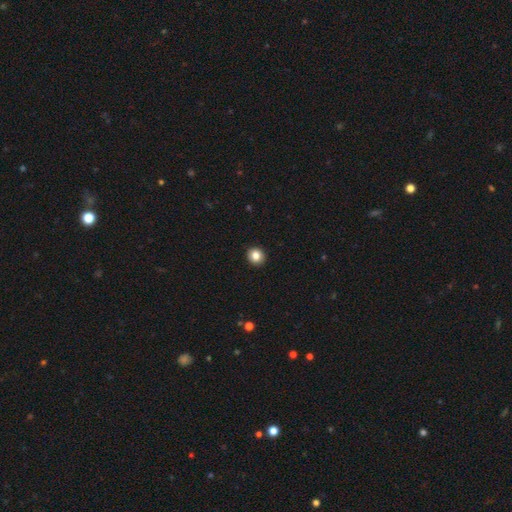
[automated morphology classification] Overall: smooth (84%). How rounded: round (88%). Merging: none (93%).